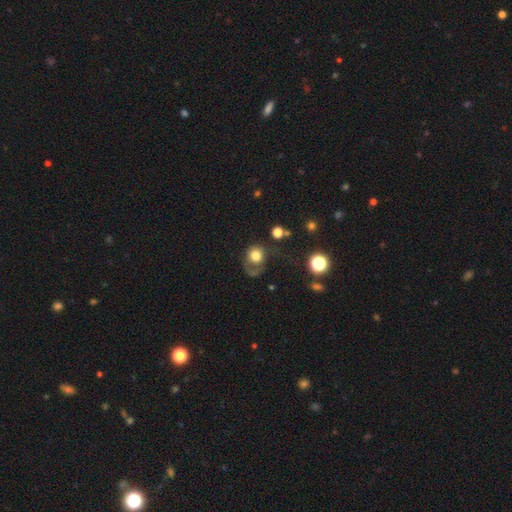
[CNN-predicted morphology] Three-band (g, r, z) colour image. It shows a smooth galaxy with no disk features (70%) that is round (69%). Merging: major disturbance (44%).